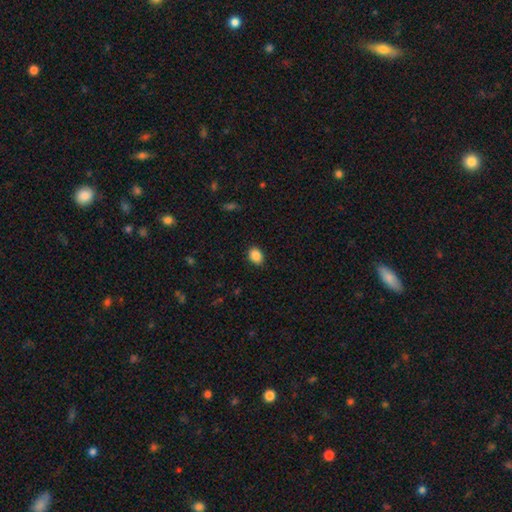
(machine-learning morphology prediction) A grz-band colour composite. It shows a smooth galaxy with no disk features (88%) that is in between round and cigar-shaped (68%). Merging: none (88%).